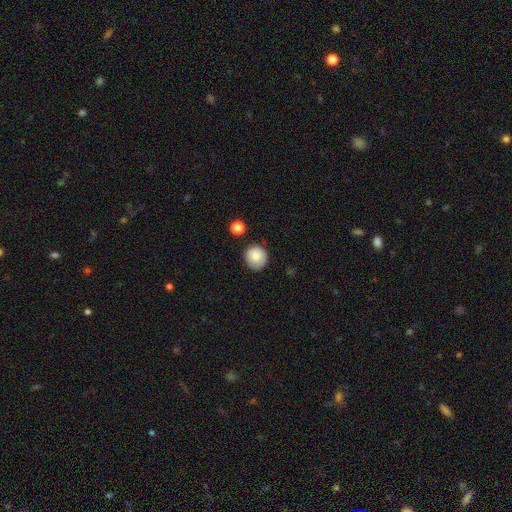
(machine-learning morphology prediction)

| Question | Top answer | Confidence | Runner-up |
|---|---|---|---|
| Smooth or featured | smooth | 85% | star or artifact (8%) |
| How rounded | round | 92% | in between (7%) |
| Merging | none | 85% | minor disturbance (10%) |